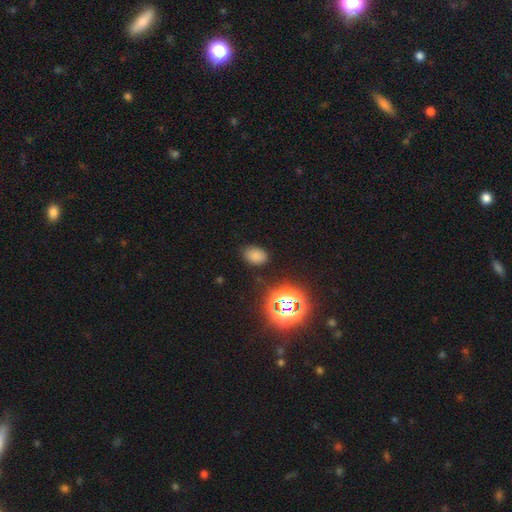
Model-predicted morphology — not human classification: This appears to be a smooth galaxy with no disk features (72%) that is in between round and cigar-shaped (79%). Merging: none (82%).